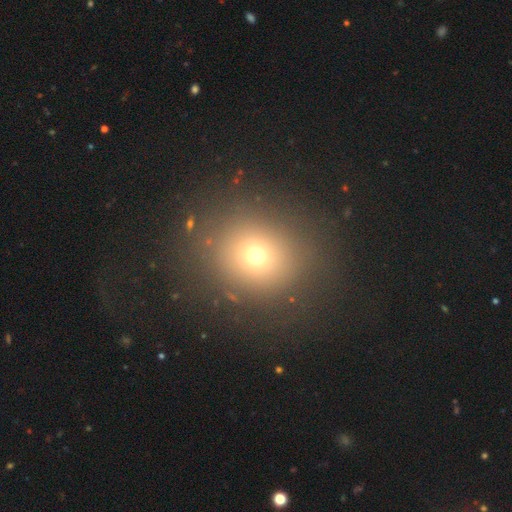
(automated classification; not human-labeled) smooth 67%, star or artifact 22%, featured or disk 11%. Down the decision tree: how rounded — round (83%); merging — none (85%).